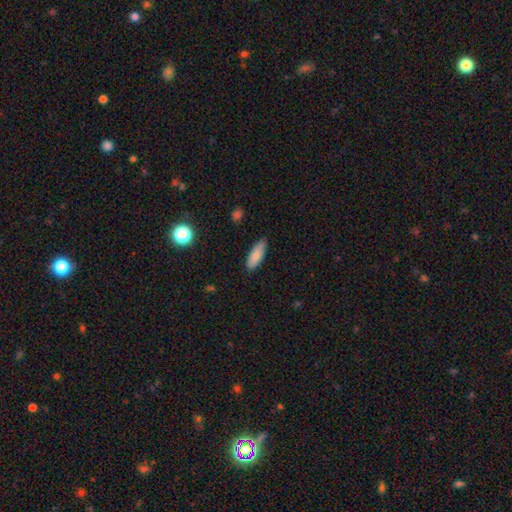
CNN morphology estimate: Q: Smooth or featured?
A: smooth (84%); runner-up: featured or disk (9%)
Q: How rounded?
A: in between (66%); runner-up: cigar-shaped (32%)
Q: Merging?
A: none (78%); runner-up: minor disturbance (18%)